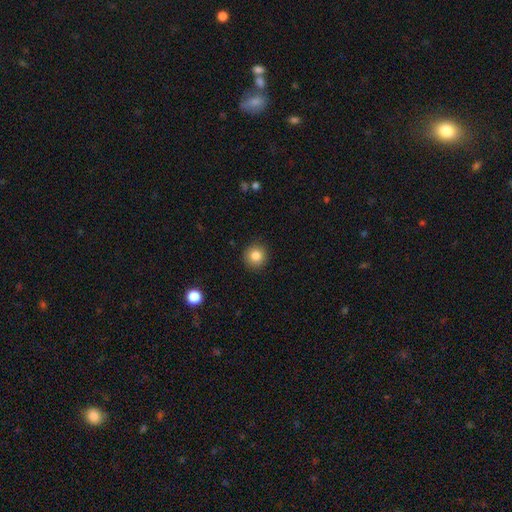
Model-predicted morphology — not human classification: Smooth or featured?
  - smooth: 83% *
  - star or artifact: 10%
  - featured or disk: 6%
How rounded?
  - round: 94% *
  - in between: 5%
  - cigar-shaped: 1%
Merging?
  - none: 92% *
  - minor disturbance: 6%
  - major disturbance: 2%
  - merger: 1%